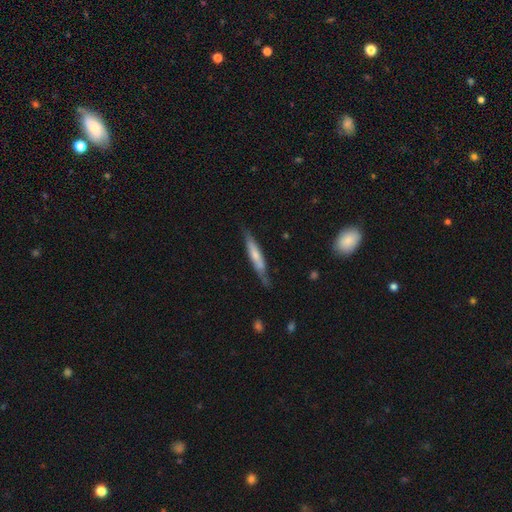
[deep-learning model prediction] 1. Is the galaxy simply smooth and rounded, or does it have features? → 53% smooth, 42% featured or disk, 5% star or artifact.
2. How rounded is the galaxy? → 89% cigar-shaped, 10% in between, 1% round.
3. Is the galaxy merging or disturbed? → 70% none, 23% minor disturbance, 5% major disturbance, 2% merger.